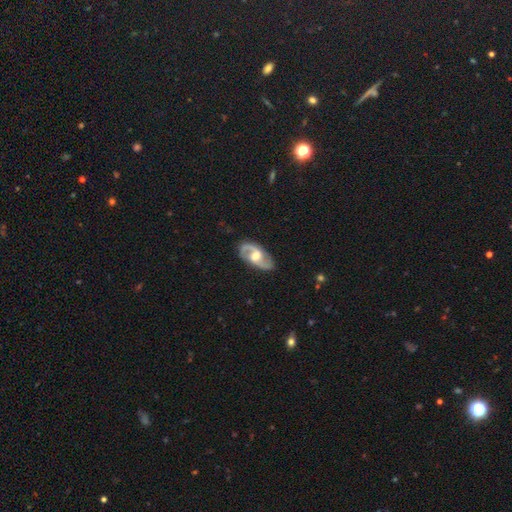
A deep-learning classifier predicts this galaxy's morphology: This is clearly a featured or disk galaxy (84%). It is clearly not viewed edge-on (95%). Bar: possibly weak (50%). Spiral arm pattern: clearly yes (93%). Spiral arm count: clearly 2 (92%). Spiral winding: possibly medium (51%). Central bulge: likely moderate (61%). Merging: clearly none (83%).